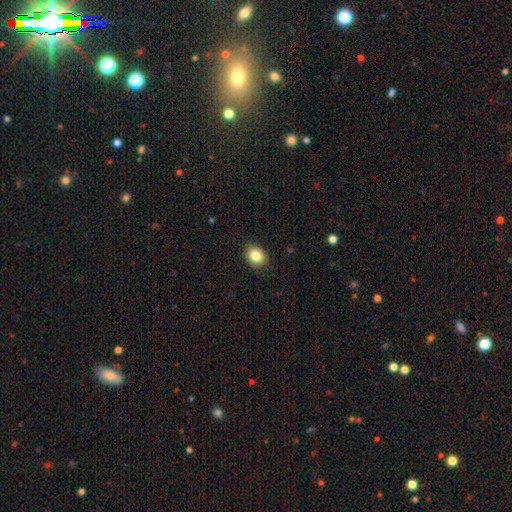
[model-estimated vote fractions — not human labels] Smooth or featured: smooth — 85% (star or artifact — 9%)
How rounded: in between — 51% (round — 48%)
Merging: none — 87% (minor disturbance — 10%)